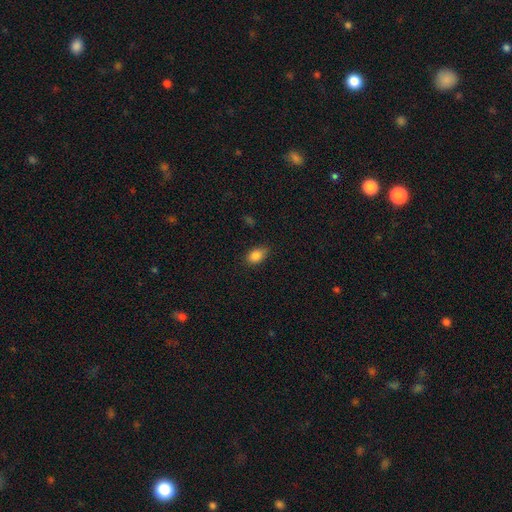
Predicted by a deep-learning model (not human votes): A smooth galaxy with no disk features (85%) that is in between round and cigar-shaped (80%).

Vote fractions:
- Smooth or featured? smooth: 85% / star or artifact: 9% / featured or disk: 5%
- How rounded? in between: 80% / round: 18% / cigar-shaped: 2%
- Merging? none: 77% / minor disturbance: 18% / major disturbance: 3% / merger: 1%